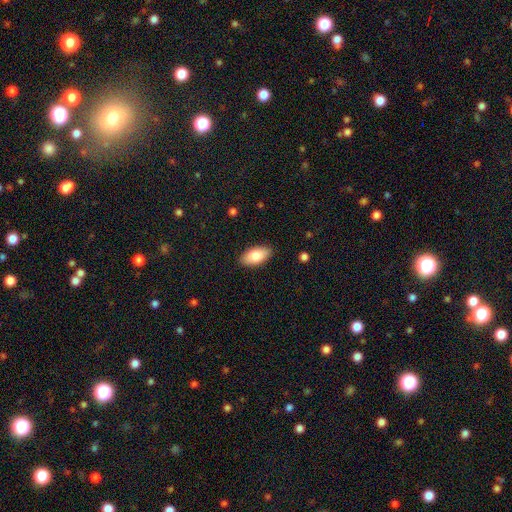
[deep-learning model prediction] A smooth galaxy with no disk features (81%) that is in between round and cigar-shaped (92%).

Vote fractions:
- Smooth or featured? smooth: 81% / featured or disk: 13% / star or artifact: 6%
- How rounded? in between: 92% / cigar-shaped: 5% / round: 3%
- Merging? none: 88% / minor disturbance: 9% / major disturbance: 2% / merger: 1%